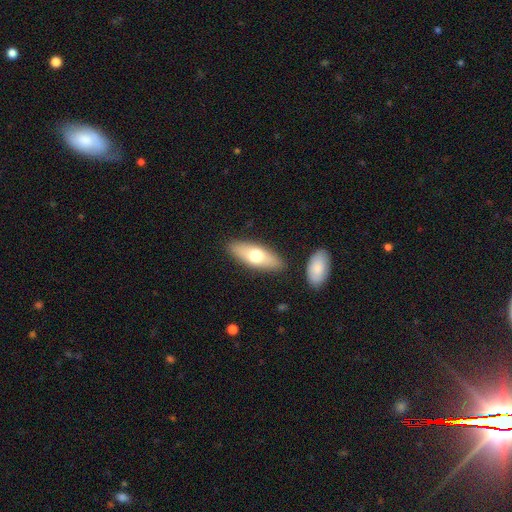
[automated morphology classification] Smooth or featured: smooth — 63% (featured or disk — 31%)
How rounded: in between — 68% (cigar-shaped — 29%)
Merging: none — 85% (minor disturbance — 9%)